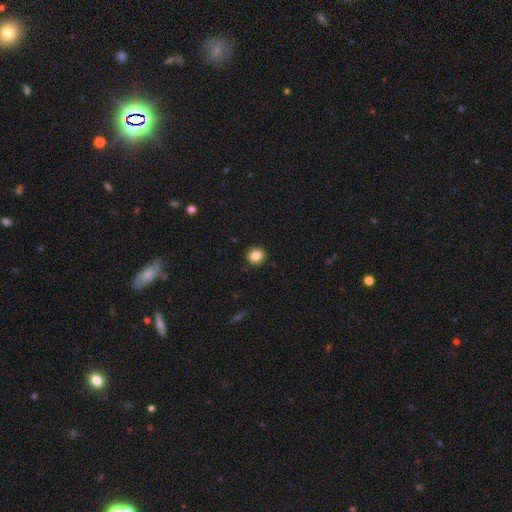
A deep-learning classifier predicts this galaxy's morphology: Smooth or featured: smooth — 85% (star or artifact — 9%)
How rounded: round — 87% (in between — 12%)
Merging: none — 92% (minor disturbance — 6%)